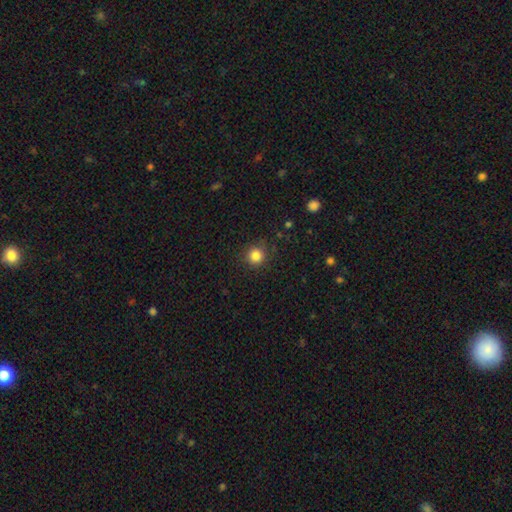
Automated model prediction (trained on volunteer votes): This is clearly a smooth galaxy (83%). How rounded: clearly round (94%). Merging: clearly none (87%).